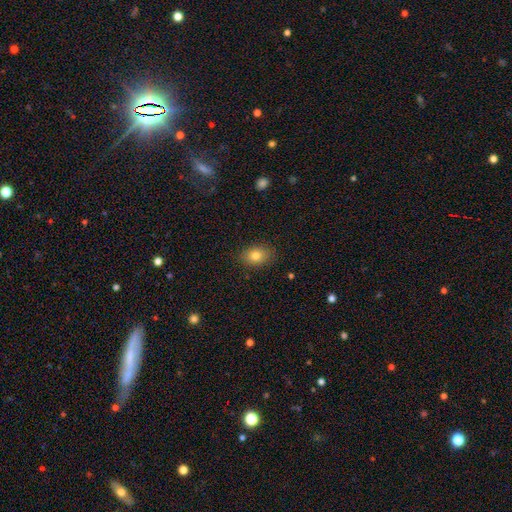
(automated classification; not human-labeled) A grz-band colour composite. It shows a smooth galaxy with no disk features (81%) that is in between round and cigar-shaped (71%). Merging: none (85%).